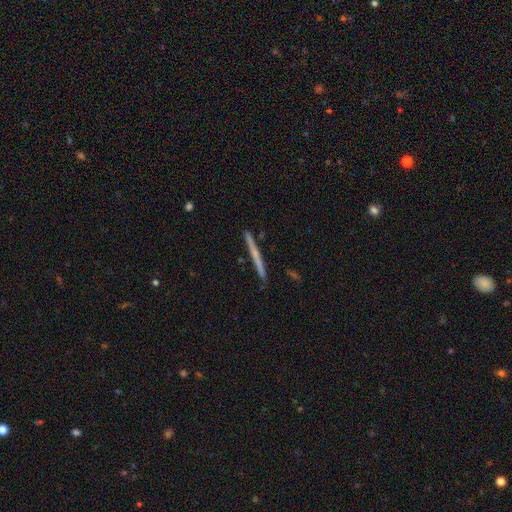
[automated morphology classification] smooth-or-featured: featured or disk: 57% | smooth: 37% | star or artifact: 6%
  disk-edge-on: yes: 98% | no: 2%
    edge-on-bulge: none: 74% | rounded: 22% | boxy: 5%
  merging: none: 91% | minor disturbance: 7% | merger: 1% | major disturbance: 1%